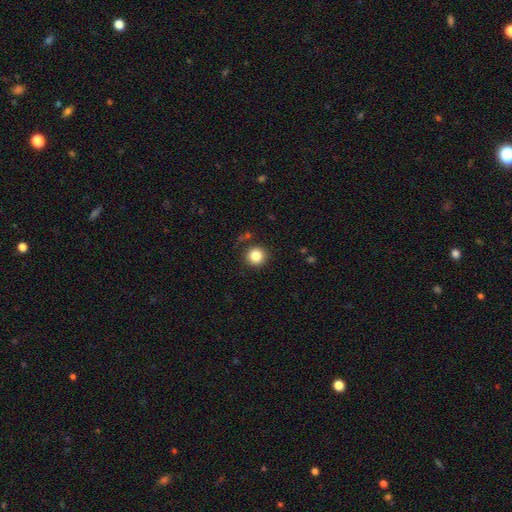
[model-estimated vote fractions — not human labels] The model was most divided on "smooth or featured": smooth: 84%, star or artifact: 10%, featured or disk: 5%. More confident: how rounded — round (94%); merging — none (87%).